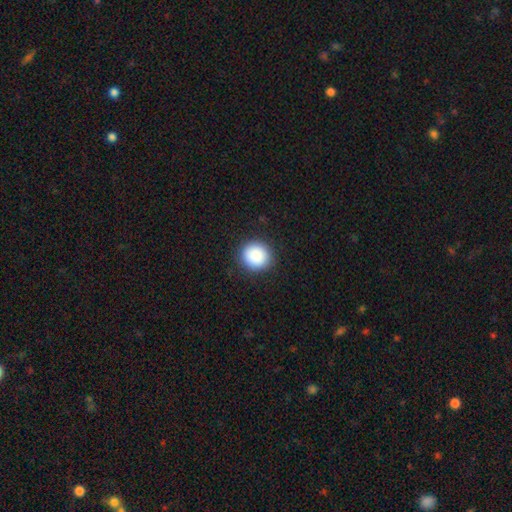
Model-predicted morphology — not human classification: smooth_or_featured: smooth (p=0.89) [alt: star or artifact p=0.08]
how_rounded: round (p=0.88) [alt: in between p=0.12]
merging: none (p=0.90) [alt: minor disturbance p=0.07]